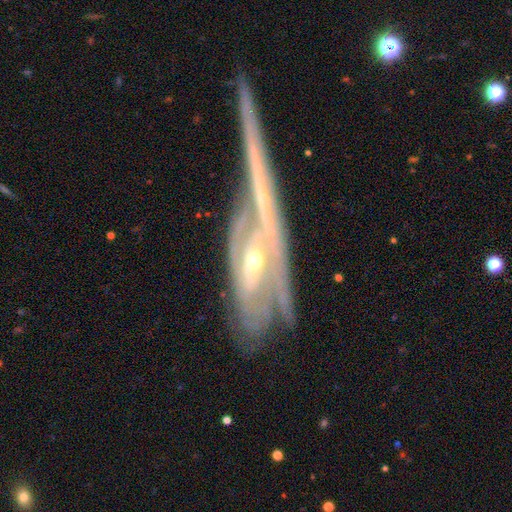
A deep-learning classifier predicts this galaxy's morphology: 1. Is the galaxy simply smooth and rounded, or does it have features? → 81% featured or disk, 10% smooth, 8% star or artifact.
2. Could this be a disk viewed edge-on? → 61% no, 39% yes.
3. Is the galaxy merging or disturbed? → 36% none, 34% merger, 17% minor disturbance, 12% major disturbance.